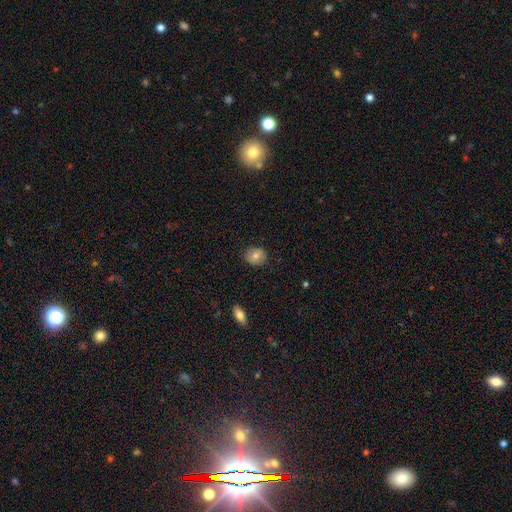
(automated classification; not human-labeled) smooth-or-featured: smooth: 75% | featured or disk: 17% | star or artifact: 9%
  how-rounded: round: 76% | in between: 23% | cigar-shaped: 1%
  merging: none: 87% | minor disturbance: 10% | major disturbance: 2% | merger: 1%